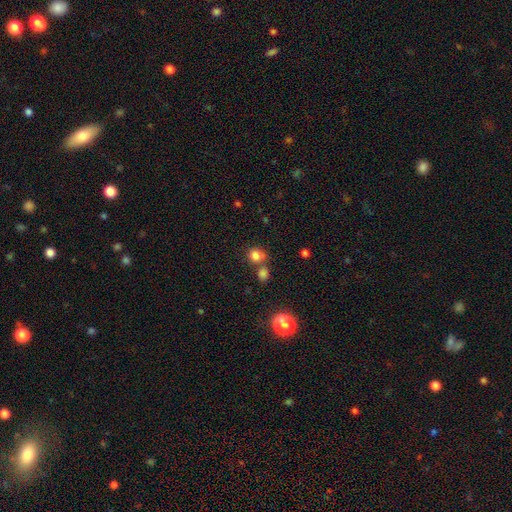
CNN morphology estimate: Smooth or featured? smooth (80%)
How rounded? round (79%)
Merging? none (59%)